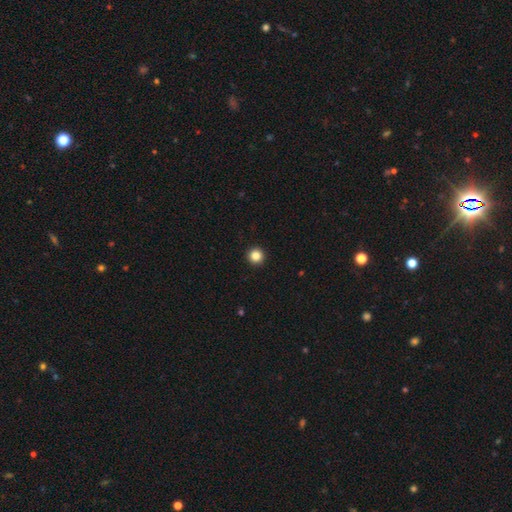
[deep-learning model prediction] This appears to be a smooth galaxy with no disk features (85%) that is round (97%). Merging: none (94%).